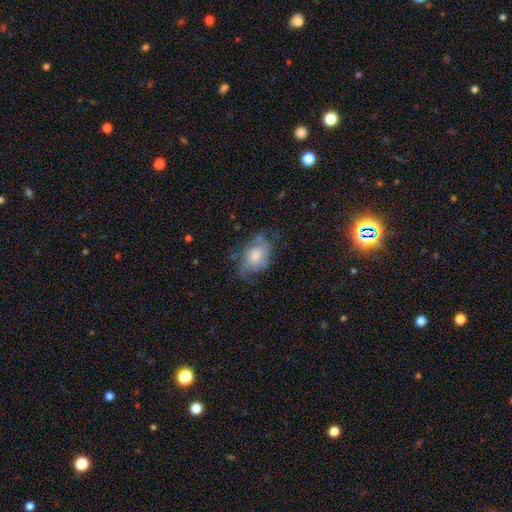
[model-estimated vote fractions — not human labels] Overall: smooth (55%; featured or disk 37%). How rounded: in between (78%). Merging: none (44%; minor disturbance 33%).